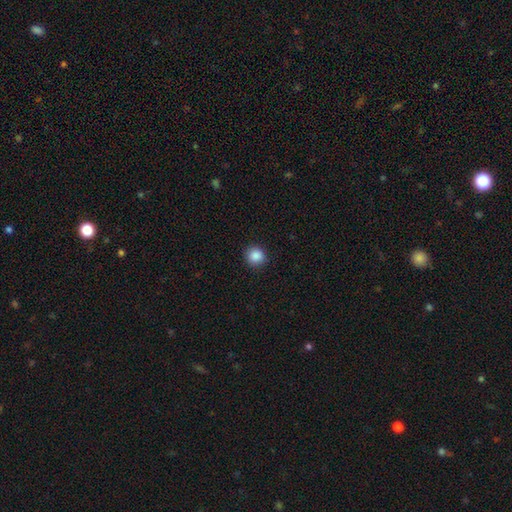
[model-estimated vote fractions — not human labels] smooth-or-featured: smooth: 88% | star or artifact: 9% | featured or disk: 3%
  how-rounded: round: 92% | in between: 7% | cigar-shaped: 1%
  merging: none: 91% | minor disturbance: 6% | major disturbance: 2% | merger: 1%